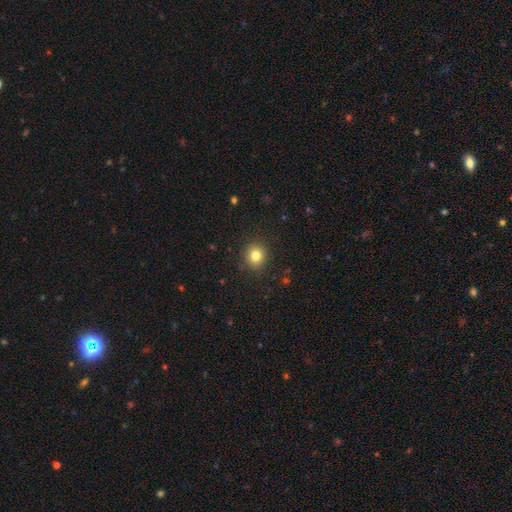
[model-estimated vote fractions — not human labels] The model was most divided on "smooth or featured": smooth: 81%, star or artifact: 12%, featured or disk: 7%. More confident: merging — none (89%); how rounded — round (85%).